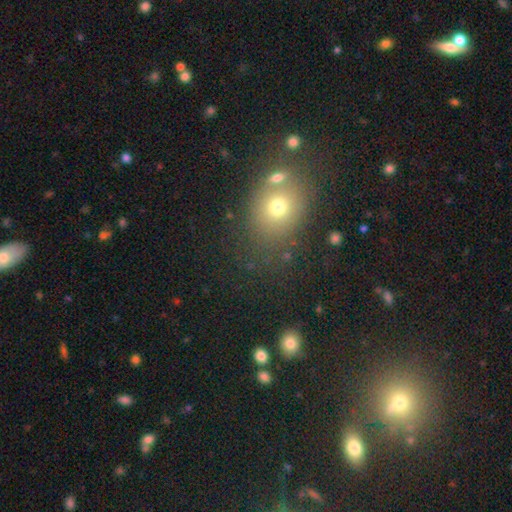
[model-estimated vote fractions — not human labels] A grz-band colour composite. It shows a smooth galaxy with no disk features (58%) that is round (58%). Merging: none (76%).